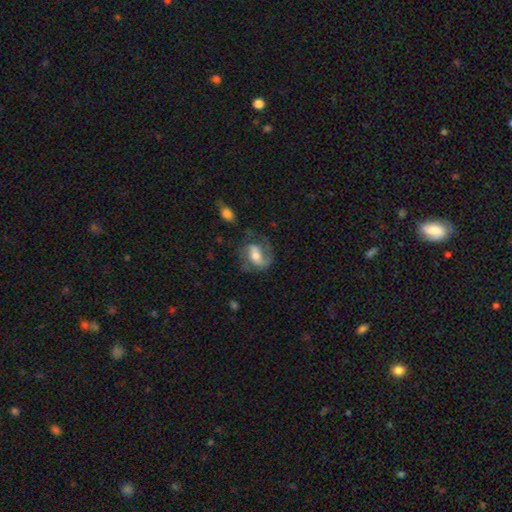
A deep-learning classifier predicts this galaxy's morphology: Smooth or featured? featured or disk (67%)
Edge-on disk? no (96%)
Bar? weak (40%)
Spiral arms? yes (86%)
Spiral winding? medium (45%)
Spiral arm count? 2 (67%)
Bulge size? moderate (61%)
Merging? none (54%)